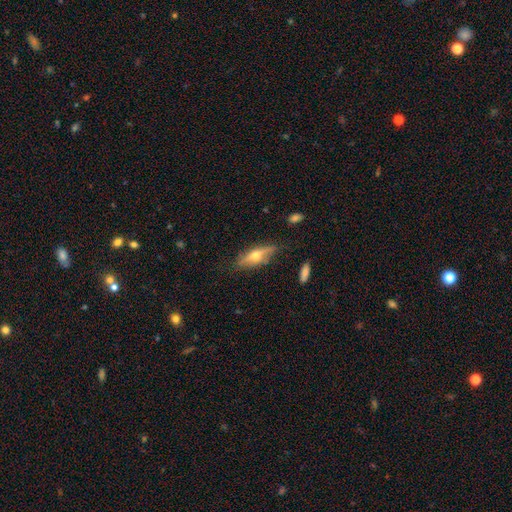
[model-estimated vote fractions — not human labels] A featured or disk galaxy (57%) viewed edge-on (88%) with a rounded central bulge (93%).

Vote fractions:
- Smooth or featured? featured or disk: 57% / smooth: 35% / star or artifact: 8%
- Edge-on disk? yes: 88% / no: 12%
- Edge-on bulge? rounded: 93% / boxy: 4% / none: 3%
- Merging? none: 77% / minor disturbance: 17% / major disturbance: 4% / merger: 2%